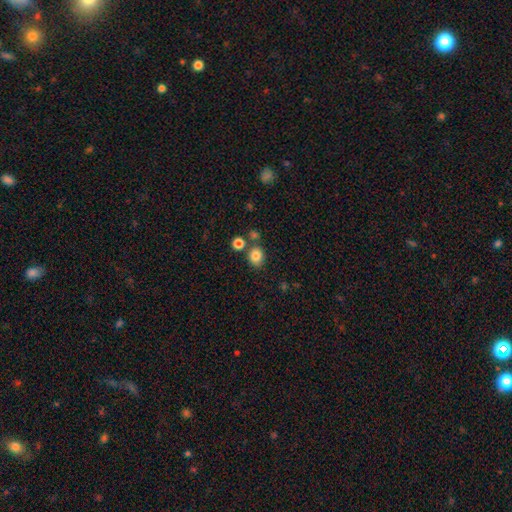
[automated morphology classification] smooth_or_featured: smooth (p=0.83) [alt: star or artifact p=0.11]
how_rounded: round (p=0.66) [alt: in between p=0.33]
merging: none (p=0.74) [alt: merger p=0.13]